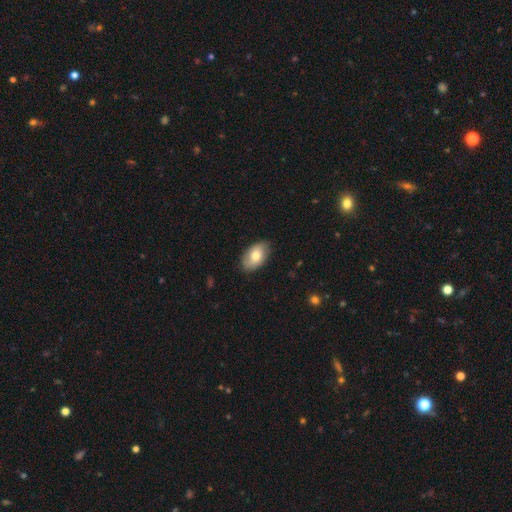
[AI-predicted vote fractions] Overall: smooth (72%). How rounded: in between (92%). Merging: none (81%).